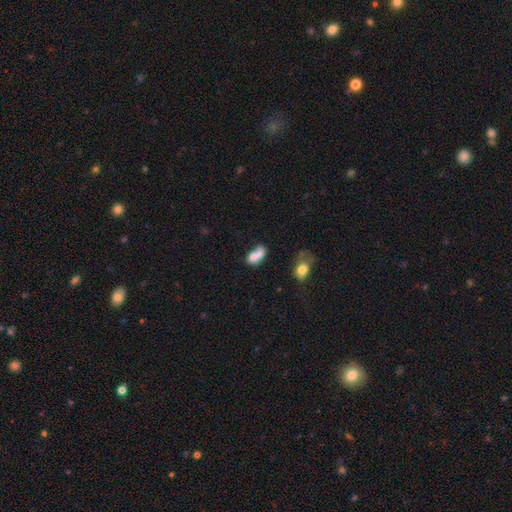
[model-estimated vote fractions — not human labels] This appears to be a smooth galaxy with no disk features (70%) that is in between round and cigar-shaped (71%). Merging: merger (66%).